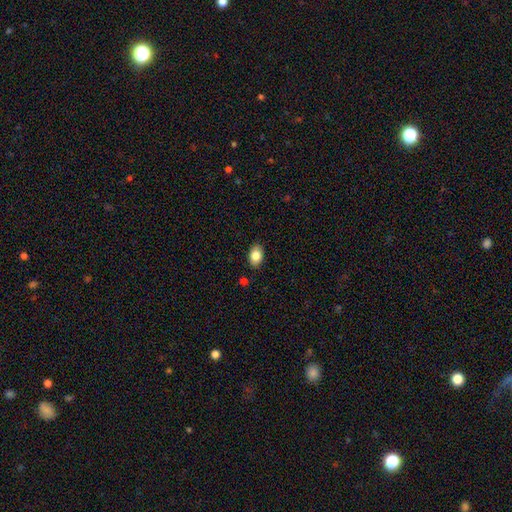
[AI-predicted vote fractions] Q: Smooth or featured?
A: smooth (84%); runner-up: star or artifact (8%)
Q: How rounded?
A: in between (84%); runner-up: round (15%)
Q: Merging?
A: none (87%); runner-up: minor disturbance (9%)